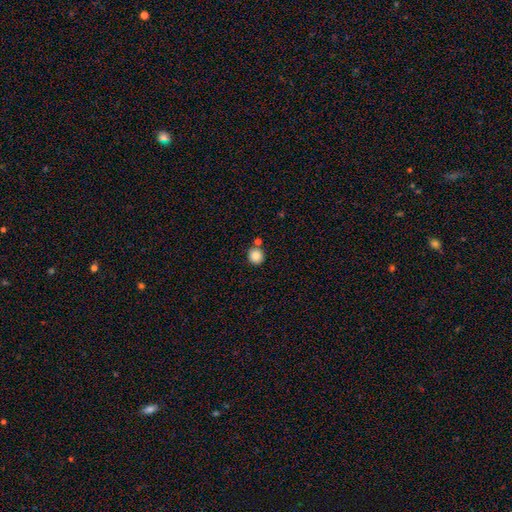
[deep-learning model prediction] A smooth galaxy with no disk features (86%) that is round (92%).

Vote fractions:
- Smooth or featured? smooth: 86% / star or artifact: 10% / featured or disk: 4%
- How rounded? round: 92% / in between: 7% / cigar-shaped: 1%
- Merging? none: 76% / merger: 12% / minor disturbance: 9% / major disturbance: 3%